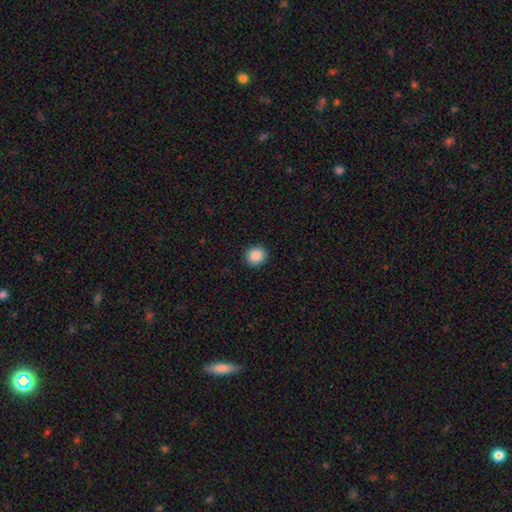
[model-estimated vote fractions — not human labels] Smooth or featured? Predicted: smooth (p=0.88). How rounded? Predicted: round (p=0.90). Merging? Predicted: none (p=0.92).